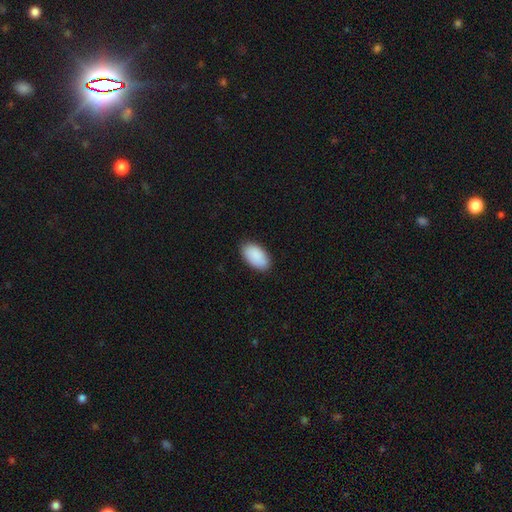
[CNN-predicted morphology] type=smooth (91%); roundness=in between (96%); merging=none (86%).